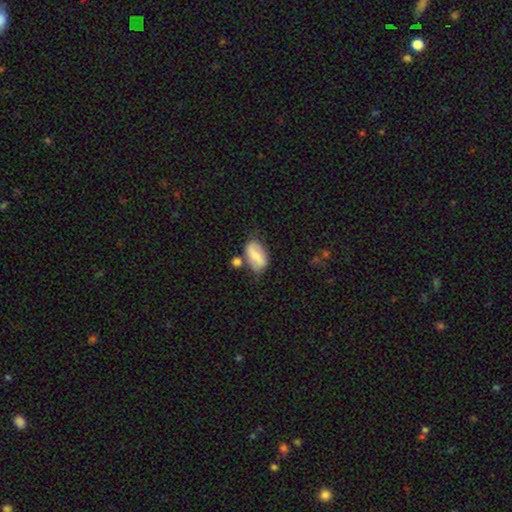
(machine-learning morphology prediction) smooth-or-featured: smooth: 66% | featured or disk: 27% | star or artifact: 7%
  how-rounded: in between: 91% | round: 6% | cigar-shaped: 3%
  merging: none: 58% | minor disturbance: 22% | merger: 14% | major disturbance: 7%